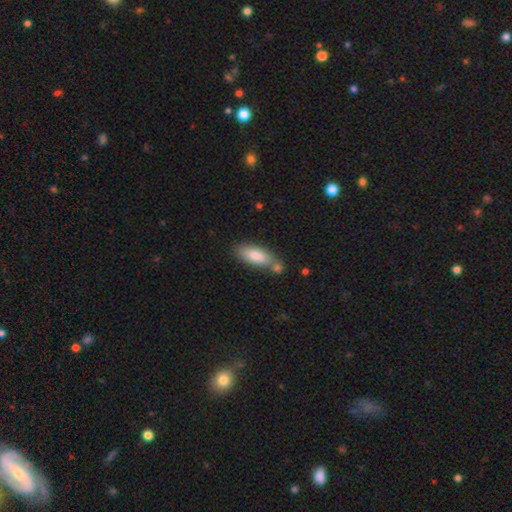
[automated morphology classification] Smooth or featured? smooth (82%)
How rounded? in between (74%)
Merging? none (57%)